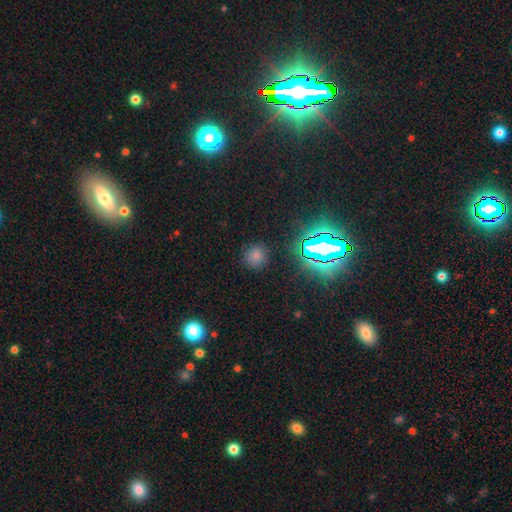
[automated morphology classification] The model was most divided on "smooth or featured": smooth: 69%, star or artifact: 25%, featured or disk: 6%. More confident: how rounded — round (89%); merging — none (86%).